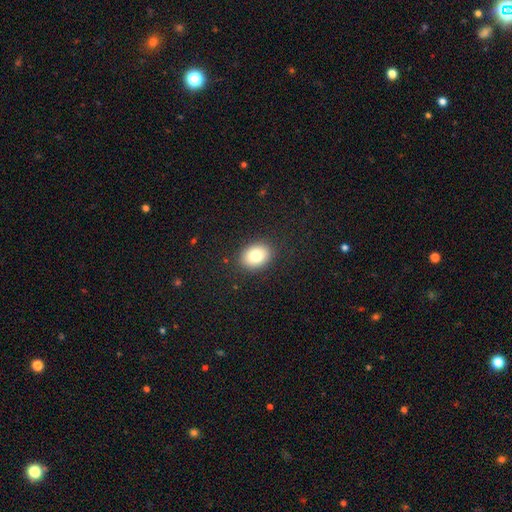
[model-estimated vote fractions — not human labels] Smooth or featured? smooth (81%)
How rounded? in between (60%)
Merging? none (89%)